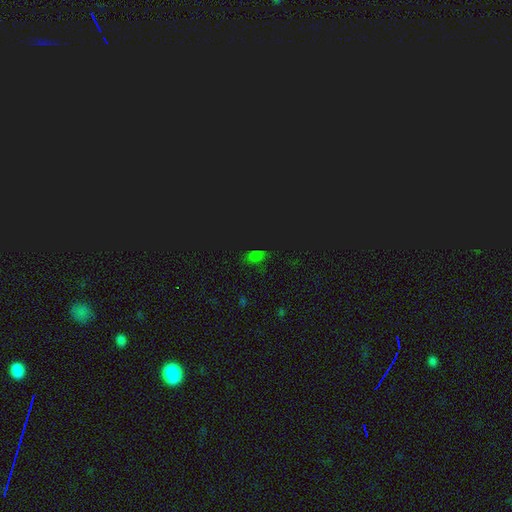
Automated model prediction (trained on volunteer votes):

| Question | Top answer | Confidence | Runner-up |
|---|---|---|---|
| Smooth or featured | star or artifact | 51% | smooth (43%) |